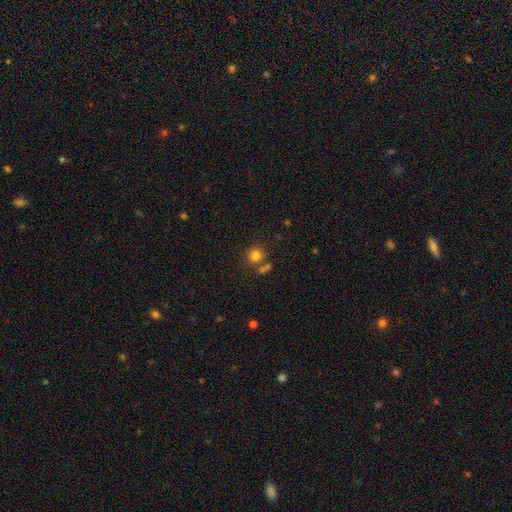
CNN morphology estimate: Smooth or featured?
  - smooth: 80% *
  - star or artifact: 13%
  - featured or disk: 7%
How rounded?
  - round: 88% *
  - in between: 11%
  - cigar-shaped: 1%
Merging?
  - none: 70% *
  - merger: 17%
  - minor disturbance: 9%
  - major disturbance: 4%